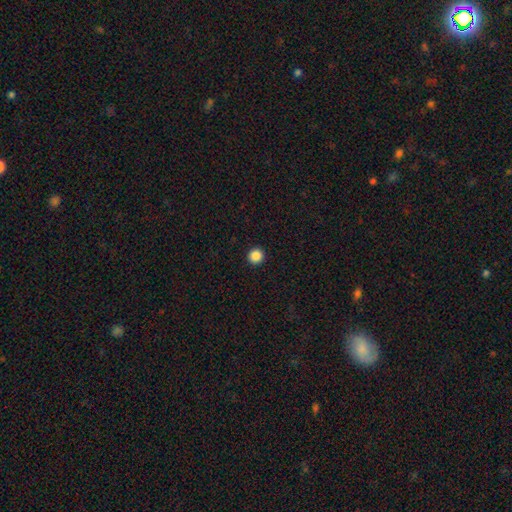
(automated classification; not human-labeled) This is clearly a smooth galaxy (87%). How rounded: clearly round (95%). Merging: clearly none (94%).